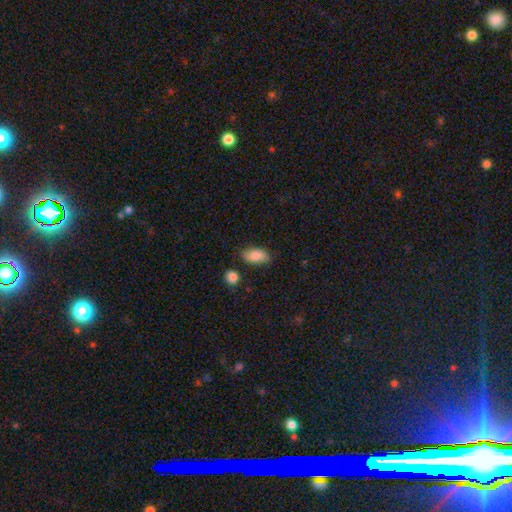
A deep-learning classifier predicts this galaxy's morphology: type=smooth (87%); roundness=in between (93%); merging=none (80%).